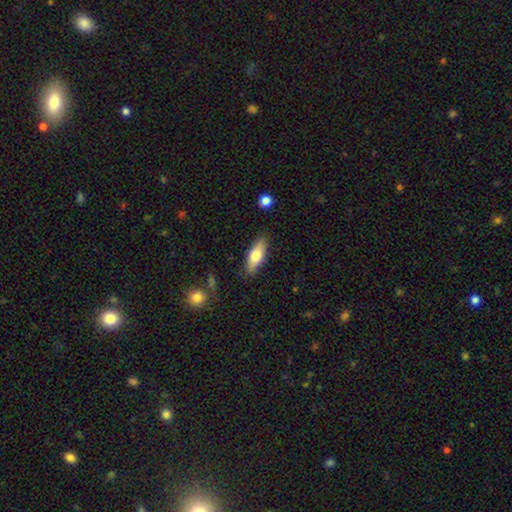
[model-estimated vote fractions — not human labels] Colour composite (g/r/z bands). It shows a smooth galaxy with no disk features (68%) that is in between round and cigar-shaped (65%). Merging: none (86%).